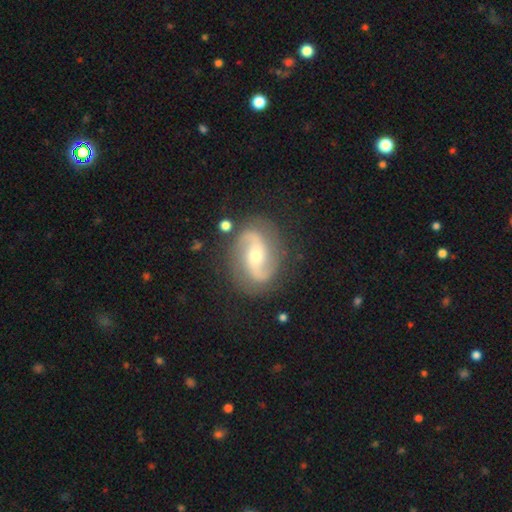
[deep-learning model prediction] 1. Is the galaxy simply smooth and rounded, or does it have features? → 89% featured or disk, 7% smooth, 5% star or artifact.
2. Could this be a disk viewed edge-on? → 97% no, 3% yes.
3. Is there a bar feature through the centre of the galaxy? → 41% no, 38% weak, 21% strong.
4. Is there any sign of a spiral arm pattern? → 97% yes, 3% no.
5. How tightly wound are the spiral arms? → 49% medium, 35% loose, 16% tight.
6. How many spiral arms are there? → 93% 2, 2% can't tell, 2% 3, 1% 1, 1% 4, 1% more than 4.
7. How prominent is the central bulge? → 56% moderate, 38% small, 4% large, 1% none, 1% dominant.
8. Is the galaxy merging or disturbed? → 82% none, 11% minor disturbance, 4% major disturbance, 2% merger.